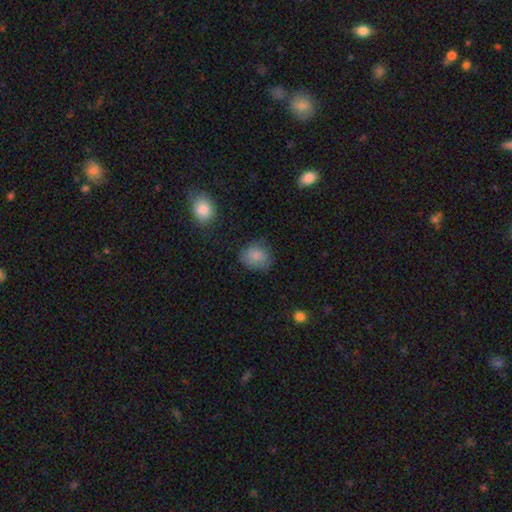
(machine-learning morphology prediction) Smooth or featured: smooth — 83% (star or artifact — 9%)
How rounded: round — 62% (in between — 37%)
Merging: none — 69% (minor disturbance — 23%)